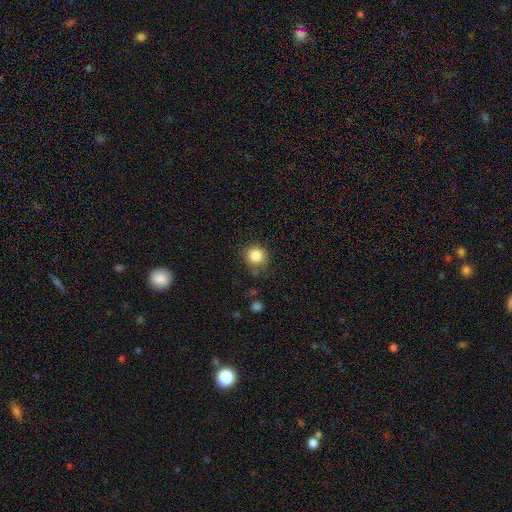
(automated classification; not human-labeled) Overall: smooth (84%). How rounded: round (89%). Merging: none (80%).